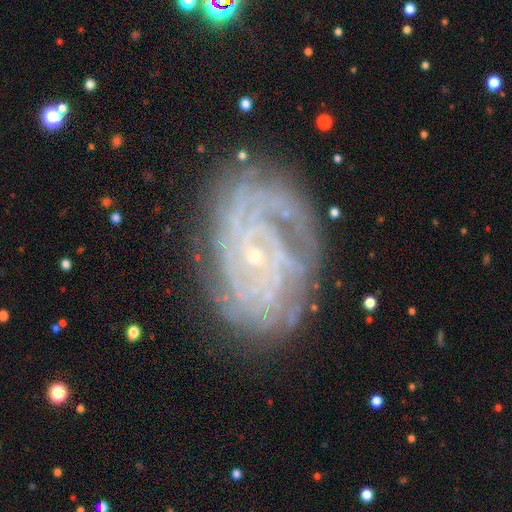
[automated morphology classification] Overall: featured or disk (87%). Edge-on disk: no (96%). Bar: no (70%). Spiral arms: yes (98%). Spiral arm count: can't tell (24%; 4 21%). Spiral winding: tight (78%). Bulge size: small (86%). Merging: none (79%).